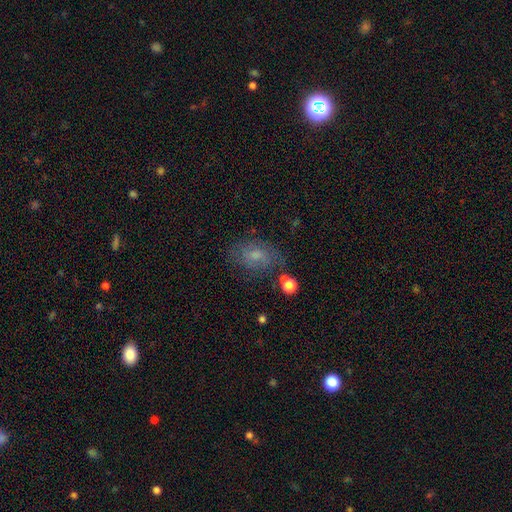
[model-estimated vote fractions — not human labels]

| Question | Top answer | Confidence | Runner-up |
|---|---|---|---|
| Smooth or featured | smooth | 45% | featured or disk (41%) |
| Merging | none | 63% | minor disturbance (21%) |